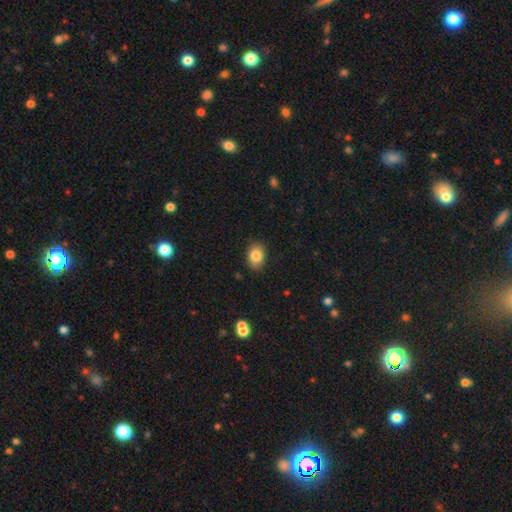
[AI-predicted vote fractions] Q: Smooth or featured?
A: smooth (83%); runner-up: star or artifact (9%)
Q: How rounded?
A: in between (72%); runner-up: round (27%)
Q: Merging?
A: none (87%); runner-up: minor disturbance (10%)